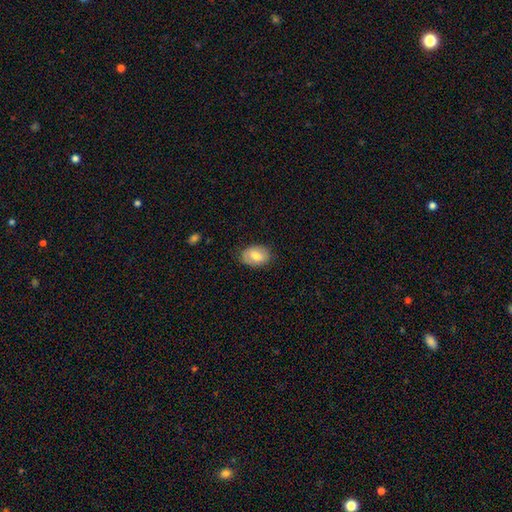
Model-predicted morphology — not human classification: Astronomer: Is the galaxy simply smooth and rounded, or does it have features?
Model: smooth — 72%.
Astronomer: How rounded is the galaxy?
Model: in between — 82%.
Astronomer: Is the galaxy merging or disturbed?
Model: none — 82%.